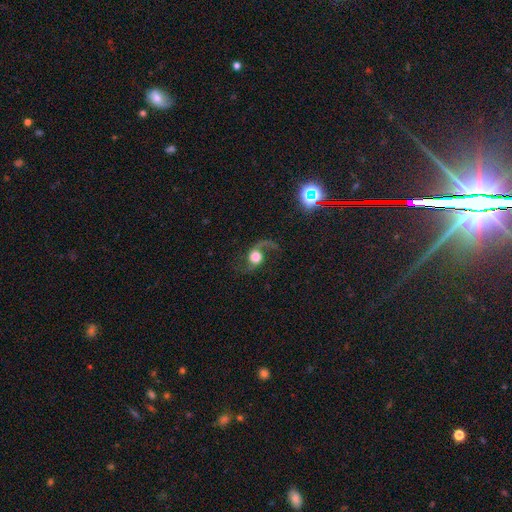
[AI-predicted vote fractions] Overall: featured or disk (78%). Edge-on disk: no (96%). Bar: no (69%). Spiral arms: yes (96%). Spiral arm count: 2 (89%). Spiral winding: loose (82%). Bulge size: large (48%; moderate 26%). Merging: none (67%).